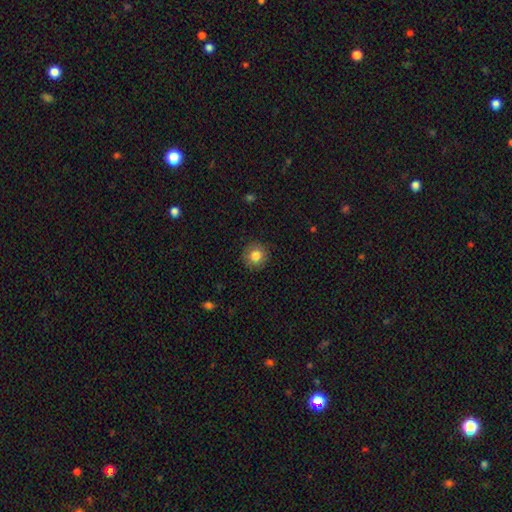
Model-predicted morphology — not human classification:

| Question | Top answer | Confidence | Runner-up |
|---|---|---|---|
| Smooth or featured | smooth | 83% | star or artifact (9%) |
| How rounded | round | 92% | in between (7%) |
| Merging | none | 87% | minor disturbance (9%) |